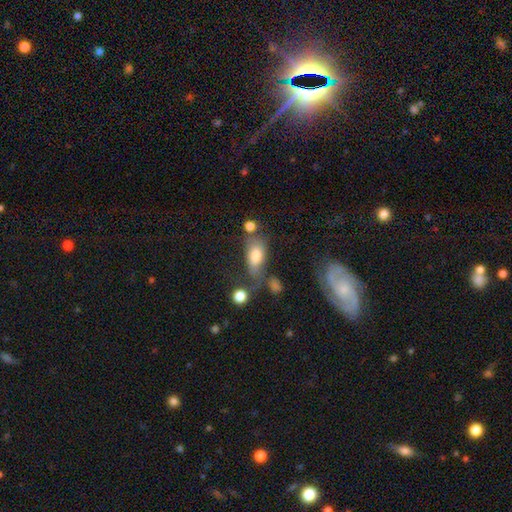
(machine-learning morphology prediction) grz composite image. It shows a smooth galaxy with no disk features (74%) that is in between round and cigar-shaped (87%). Merging: none (37%).